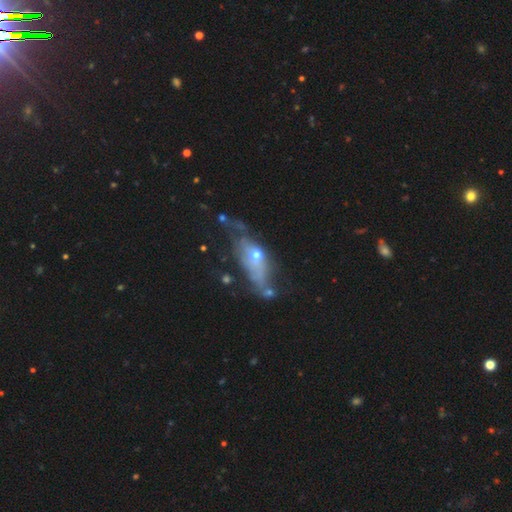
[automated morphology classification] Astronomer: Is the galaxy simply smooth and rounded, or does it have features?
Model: featured or disk — 49% (runner-up: smooth, 40%).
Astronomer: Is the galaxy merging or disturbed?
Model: major disturbance — 39% (runner-up: none, 24%).